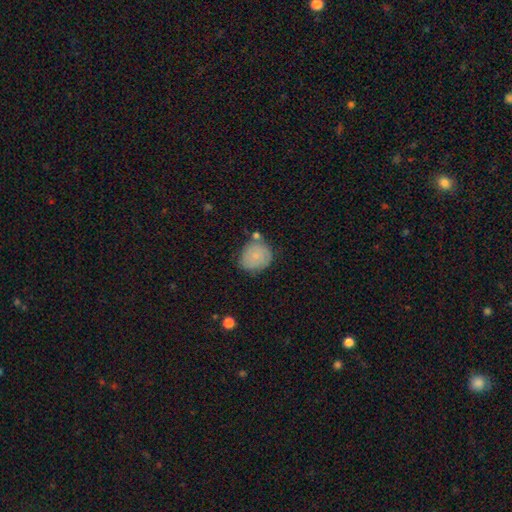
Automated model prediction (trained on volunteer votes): Smooth or featured? smooth (78%)
How rounded? round (77%)
Merging? none (65%)